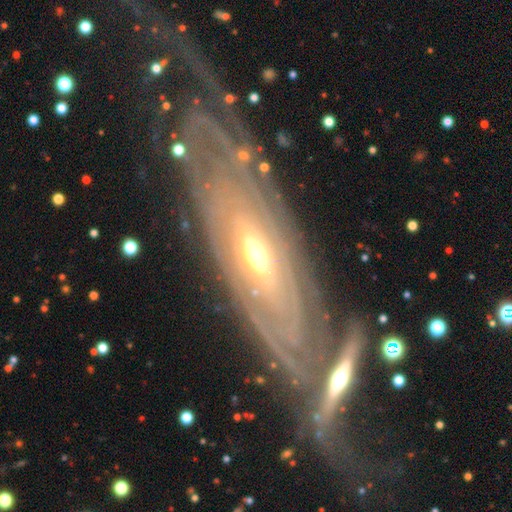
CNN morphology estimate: Smooth or featured? featured or disk (84%)
Edge-on disk? no (81%)
Bar? no (55%)
Spiral arms? yes (81%)
Spiral winding? tight (78%)
Spiral arm count? can't tell (58%)
Bulge size? moderate (61%)
Merging? none (63%)